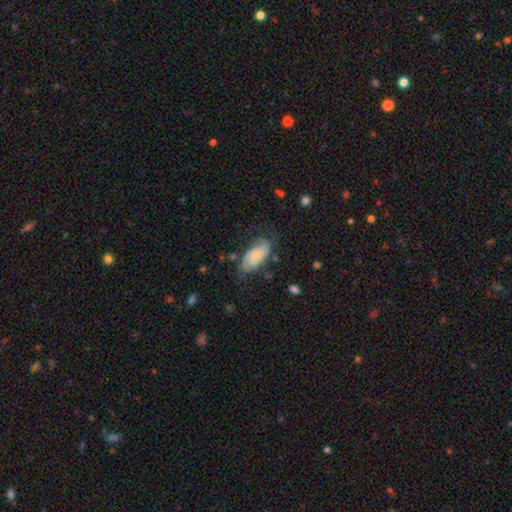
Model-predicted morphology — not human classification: featured or disk 58%, smooth 35%, star or artifact 7%. Down the decision tree: edge-on disk — no (93%); bar — no (70%); spiral arms — yes (87%); bulge size — small (54%); merging — none (60%).